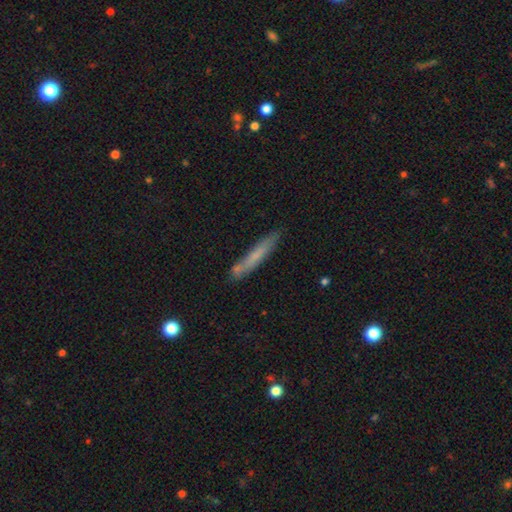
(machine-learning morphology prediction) A smooth galaxy with no disk features (63%) that is cigar-shaped (94%). Merging: none (77%).